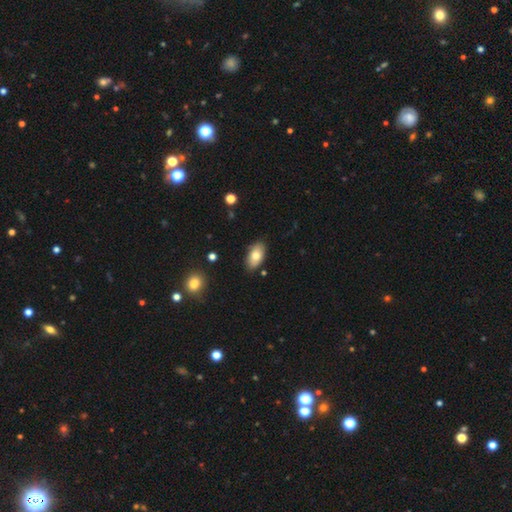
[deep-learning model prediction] Smooth or featured? smooth (78%)
How rounded? in between (93%)
Merging? none (86%)